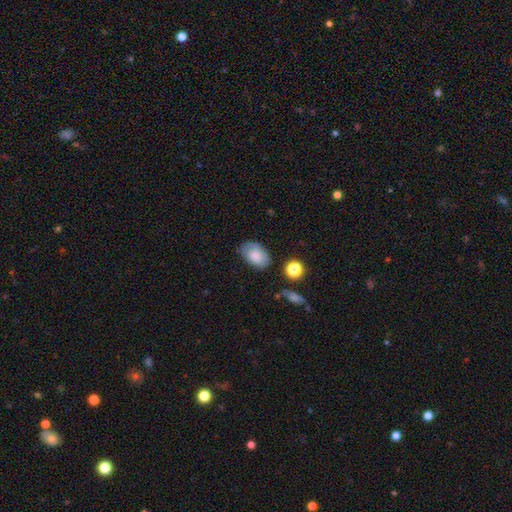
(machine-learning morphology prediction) The model was most divided on "merging": none: 65%, minor disturbance: 25%, major disturbance: 7%, merger: 3%. More confident: how rounded — in between (88%); smooth or featured — smooth (78%).